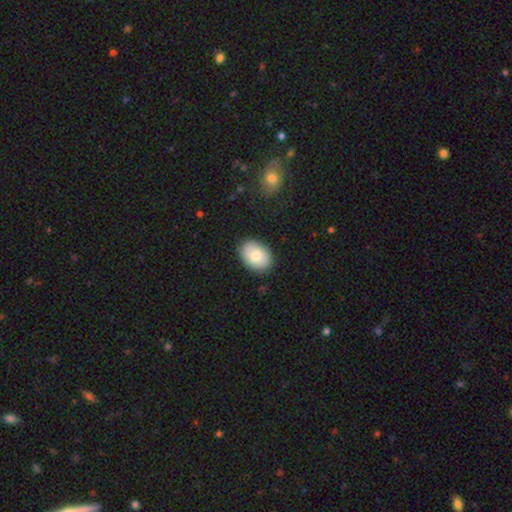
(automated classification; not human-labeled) This appears to be a smooth galaxy with no disk features (77%) that is in between round and cigar-shaped (81%). Merging: none (86%).